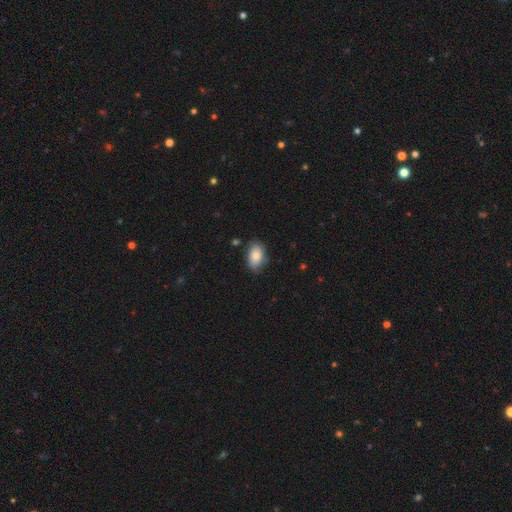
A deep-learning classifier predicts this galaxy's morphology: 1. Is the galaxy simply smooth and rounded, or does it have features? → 82% smooth, 11% featured or disk, 7% star or artifact.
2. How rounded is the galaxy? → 90% in between, 8% round, 2% cigar-shaped.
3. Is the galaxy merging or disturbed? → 78% none, 17% minor disturbance, 3% major disturbance, 2% merger.